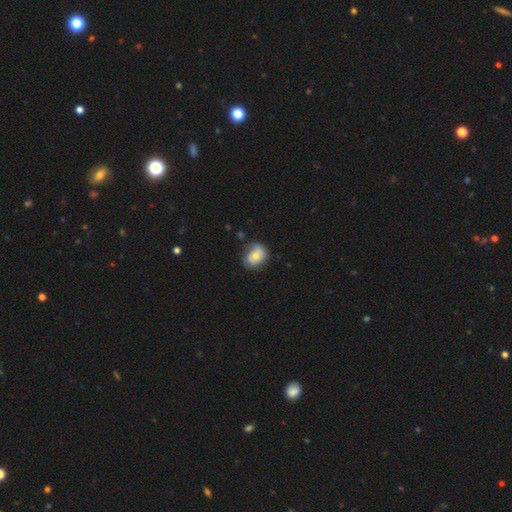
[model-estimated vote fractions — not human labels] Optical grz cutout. It shows a smooth galaxy with no disk features (62%) that is round (54%). Merging: none (66%).